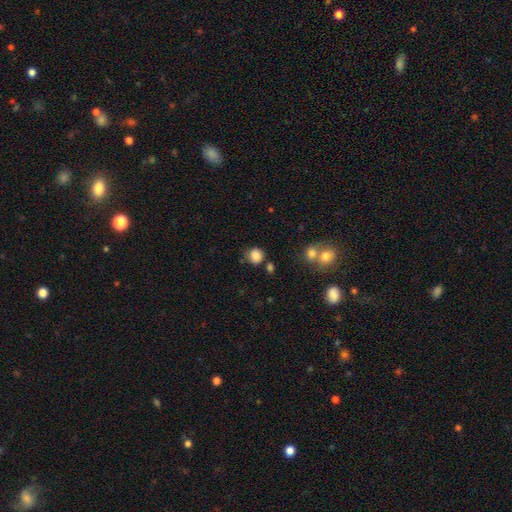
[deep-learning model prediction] Smooth or featured?
  - smooth: 85% *
  - star or artifact: 10%
  - featured or disk: 5%
How rounded?
  - round: 85% *
  - in between: 14%
  - cigar-shaped: 1%
Merging?
  - none: 71% *
  - minor disturbance: 16%
  - merger: 8%
  - major disturbance: 5%